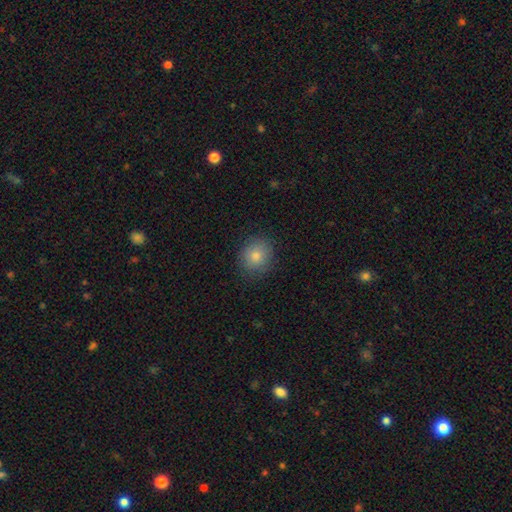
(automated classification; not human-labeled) Smooth or featured: smooth — 80% (star or artifact — 12%)
How rounded: round — 80% (in between — 19%)
Merging: none — 87% (minor disturbance — 10%)